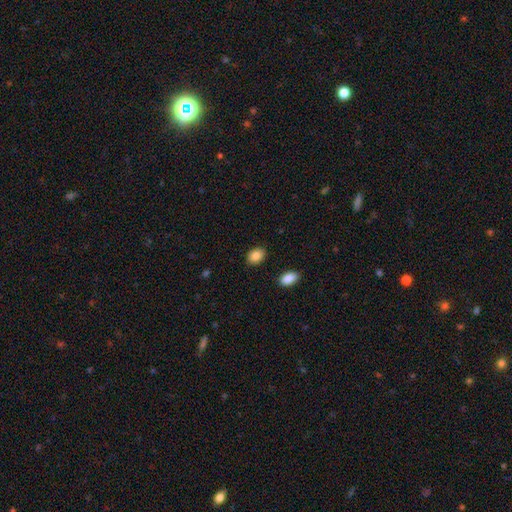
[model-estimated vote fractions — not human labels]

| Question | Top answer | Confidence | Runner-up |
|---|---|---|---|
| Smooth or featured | smooth | 86% | star or artifact (8%) |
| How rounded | in between | 77% | round (22%) |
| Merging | none | 88% | minor disturbance (8%) |